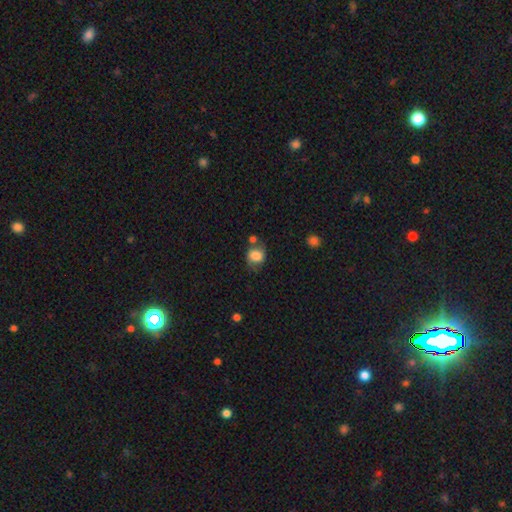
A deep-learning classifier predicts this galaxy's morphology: smooth_or_featured: smooth (p=0.77) [alt: featured or disk p=0.14]
how_rounded: round (p=0.57) [alt: in between p=0.42]
merging: none (p=0.55) [alt: minor disturbance p=0.23]